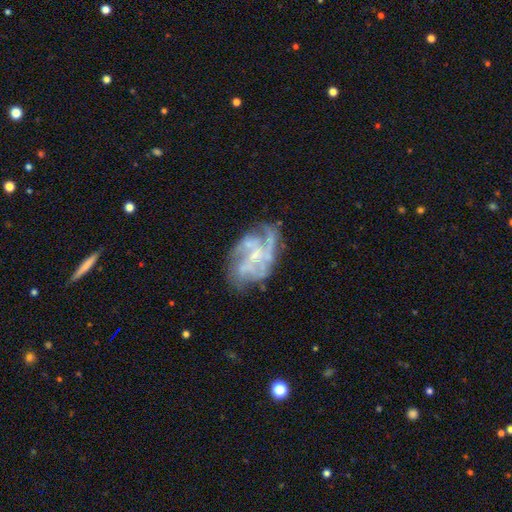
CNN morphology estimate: Q: Smooth or featured?
A: featured or disk (80%); runner-up: smooth (12%)
Q: Edge-on disk?
A: no (98%); runner-up: yes (2%)
Q: Bar?
A: no (65%); runner-up: weak (29%)
Q: Spiral arms?
A: yes (77%); runner-up: no (23%)
Q: Spiral winding?
A: medium (42%); runner-up: tight (35%)
Q: Spiral arm count?
A: can't tell (35%); runner-up: 3 (23%)
Q: Bulge size?
A: small (59%); runner-up: none (20%)
Q: Merging?
A: none (54%); runner-up: minor disturbance (21%)